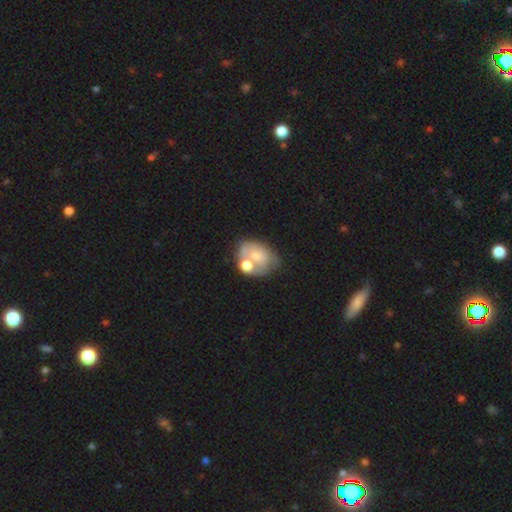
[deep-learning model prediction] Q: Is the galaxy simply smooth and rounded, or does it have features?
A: smooth — 51%.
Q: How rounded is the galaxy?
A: in between — 74%.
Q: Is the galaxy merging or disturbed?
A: merger — 38%.